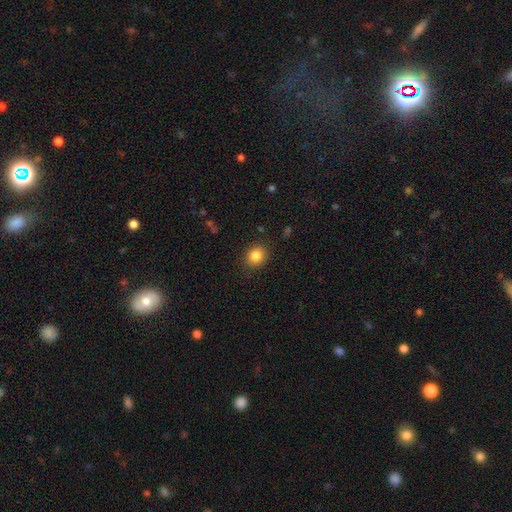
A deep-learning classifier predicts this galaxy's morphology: smooth_or_featured: smooth (p=0.85) [alt: star or artifact p=0.10]
how_rounded: round (p=0.68) [alt: in between p=0.32]
merging: none (p=0.86) [alt: minor disturbance p=0.10]